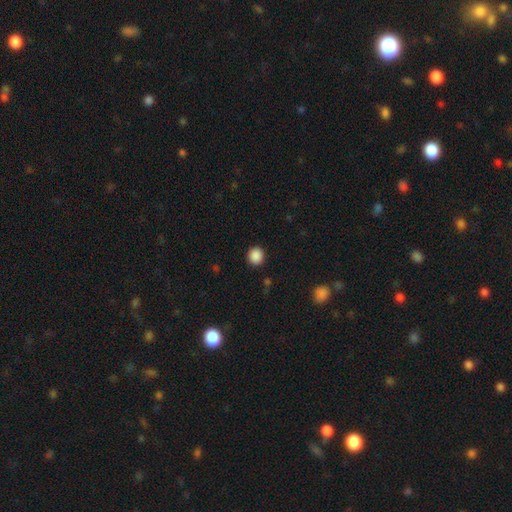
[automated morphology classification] Q: Smooth or featured?
A: smooth (88%); runner-up: star or artifact (10%)
Q: How rounded?
A: round (86%); runner-up: in between (13%)
Q: Merging?
A: none (90%); runner-up: minor disturbance (7%)